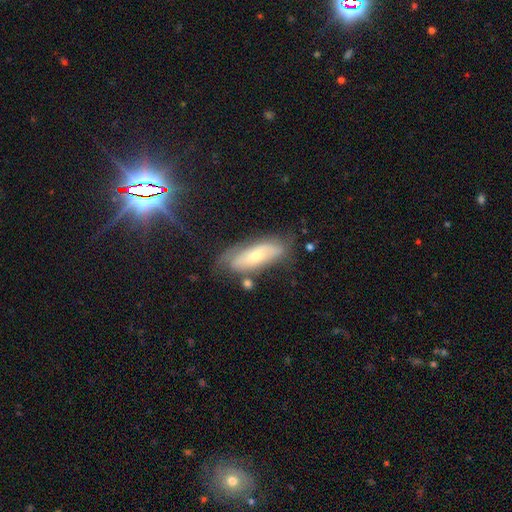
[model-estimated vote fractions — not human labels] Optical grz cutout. It shows a featured or disk galaxy (49%). Merging: none (60%).